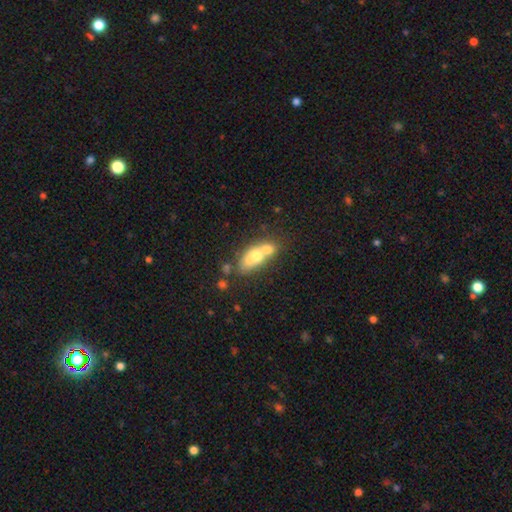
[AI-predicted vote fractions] This appears to be a smooth galaxy with no disk features (57%) that is in between round and cigar-shaped (64%). Merging: merger (61%).